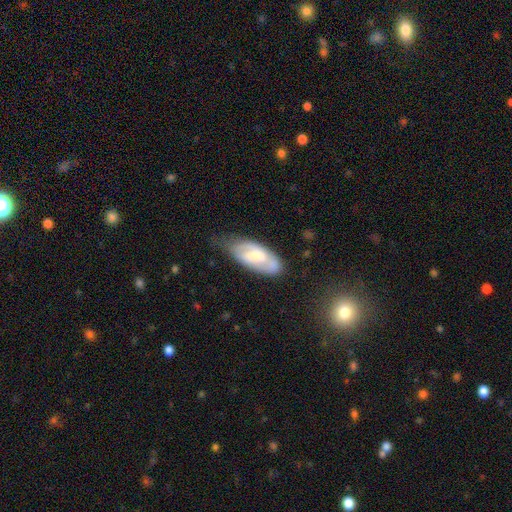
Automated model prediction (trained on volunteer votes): Q: Smooth or featured?
A: featured or disk (53%); runner-up: smooth (41%)
Q: Edge-on disk?
A: no (90%); runner-up: yes (10%)
Q: Merging?
A: none (51%); runner-up: minor disturbance (34%)